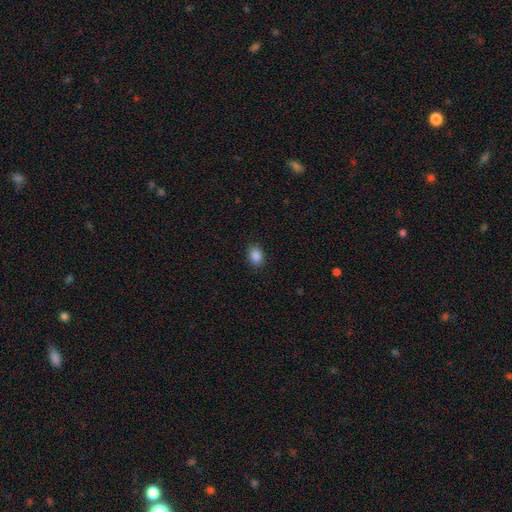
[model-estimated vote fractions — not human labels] Smooth or featured? smooth (88%)
How rounded? in between (71%)
Merging? none (88%)